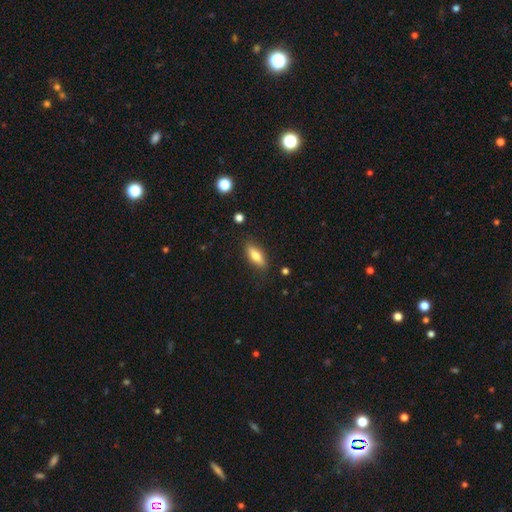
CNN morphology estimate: This appears to be a smooth galaxy with no disk features (73%) that is in between round and cigar-shaped (66%). Merging: none (83%).